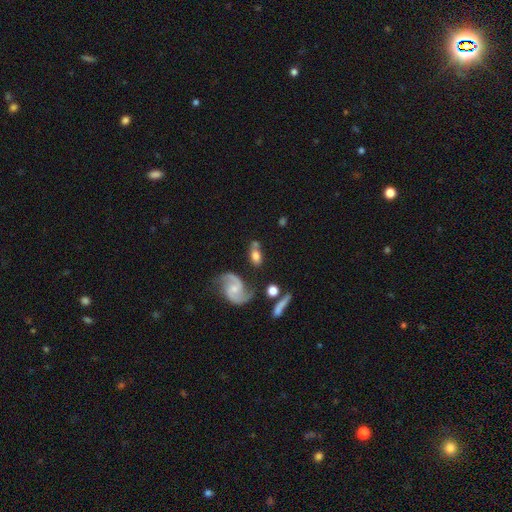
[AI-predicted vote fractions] Smooth or featured? smooth (51%)
How rounded? in between (77%)
Merging? none (55%)